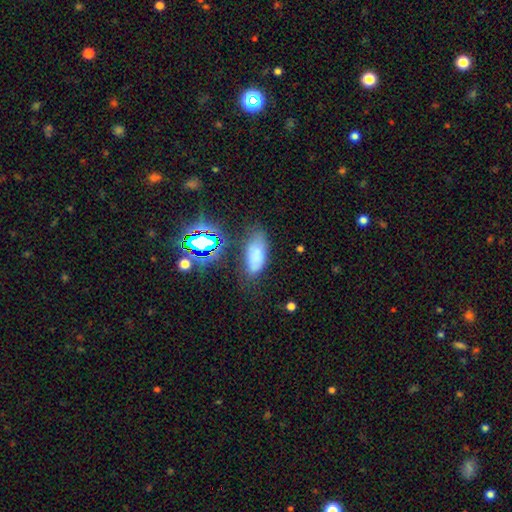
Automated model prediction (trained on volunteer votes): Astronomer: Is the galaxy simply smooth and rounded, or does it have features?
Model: smooth — 70%.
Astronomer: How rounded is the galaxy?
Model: in between — 86%.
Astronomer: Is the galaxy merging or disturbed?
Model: none — 61%.